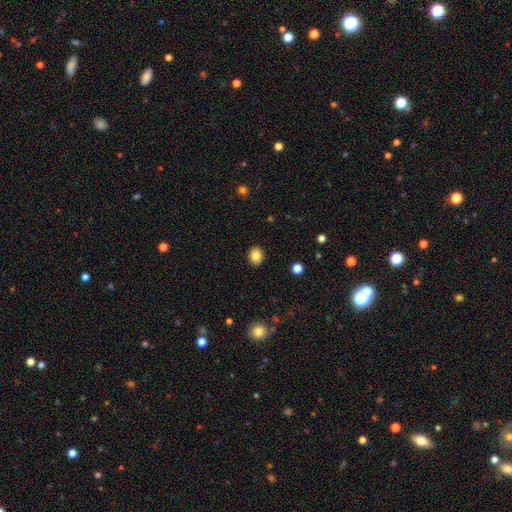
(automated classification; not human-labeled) Smooth or featured: smooth — 85% (star or artifact — 10%)
How rounded: round — 59% (in between — 40%)
Merging: none — 91% (minor disturbance — 7%)